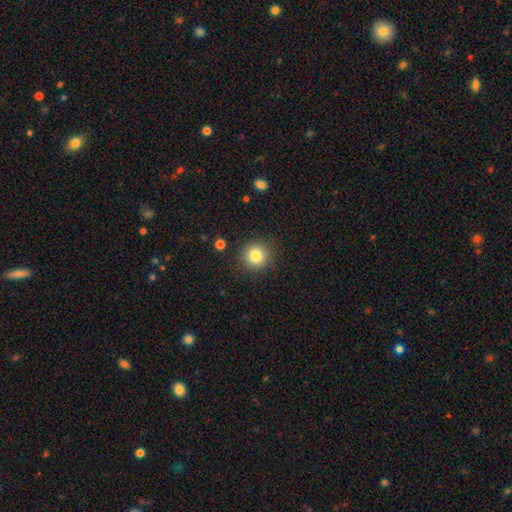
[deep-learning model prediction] This is clearly a smooth galaxy (82%). How rounded: clearly round (91%). Merging: clearly none (88%).